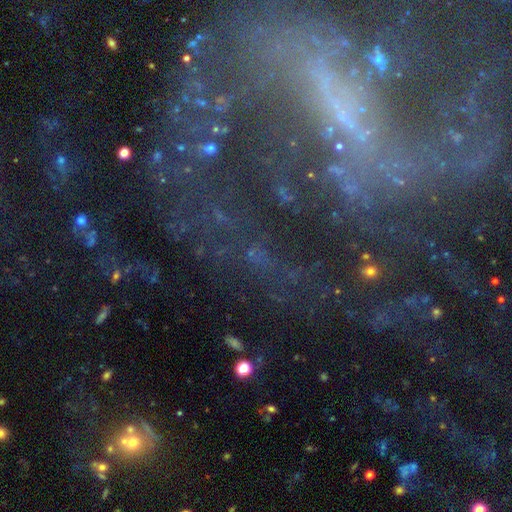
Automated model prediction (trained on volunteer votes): Overall: featured or disk (76%). Edge-on disk: no (95%). Bar: strong (47%; weak 32%). Spiral arms: yes (85%). Spiral arm count: 2 (52%; can't tell 19%). Spiral winding: medium (38%; loose 34%). Bulge size: small (44%; none 34%). Merging: none (58%; major disturbance 22%).